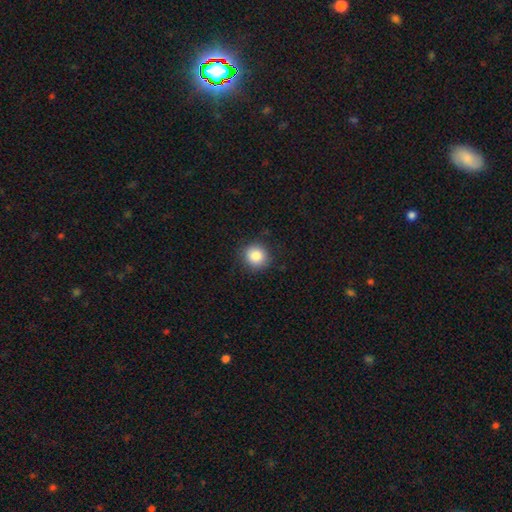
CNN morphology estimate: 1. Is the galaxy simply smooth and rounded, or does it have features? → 86% smooth, 9% star or artifact, 5% featured or disk.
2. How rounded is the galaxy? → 90% round, 9% in between, 1% cigar-shaped.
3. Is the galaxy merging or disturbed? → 87% none, 9% minor disturbance, 3% major disturbance, 1% merger.